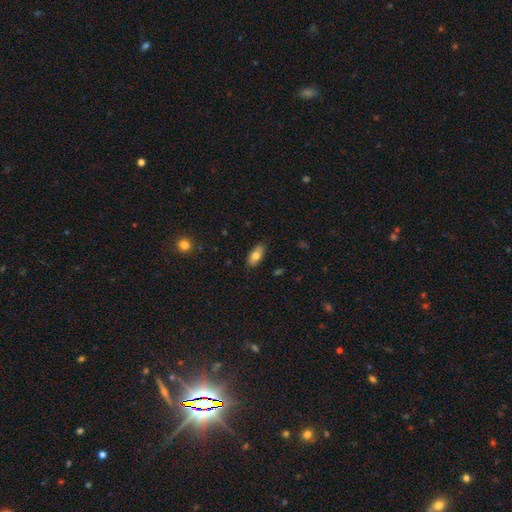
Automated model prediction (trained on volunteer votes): Overall: smooth (76%). How rounded: in between (89%). Merging: none (84%).